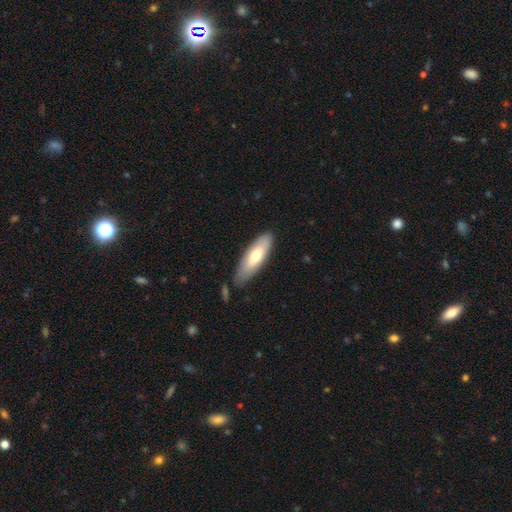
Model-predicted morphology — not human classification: smooth-or-featured: smooth: 65% | featured or disk: 30% | star or artifact: 5%
  how-rounded: in between: 56% | cigar-shaped: 43% | round: 2%
  merging: none: 78% | minor disturbance: 16% | major disturbance: 3% | merger: 3%